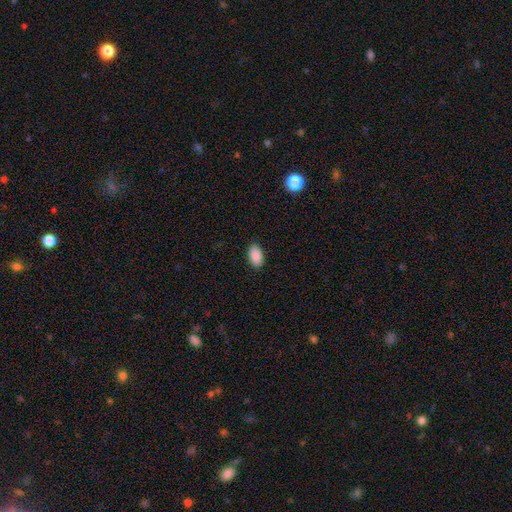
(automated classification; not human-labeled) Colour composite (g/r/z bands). It shows a smooth galaxy with no disk features (90%) that is in between round and cigar-shaped (95%). Merging: none (90%).